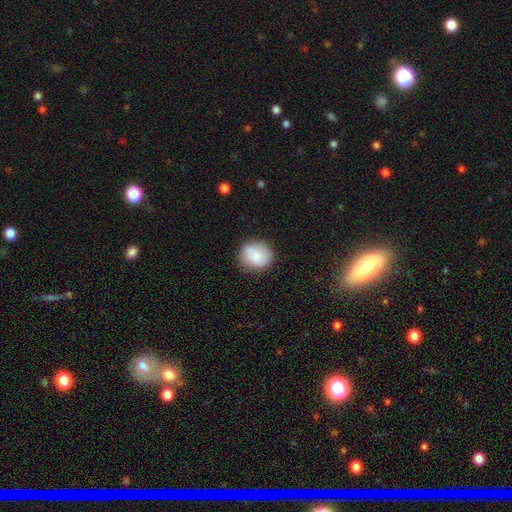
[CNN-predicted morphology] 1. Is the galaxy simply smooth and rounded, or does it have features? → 82% smooth, 11% featured or disk, 7% star or artifact.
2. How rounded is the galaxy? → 78% round, 21% in between, 1% cigar-shaped.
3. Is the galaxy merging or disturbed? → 75% none, 17% minor disturbance, 5% major disturbance, 3% merger.